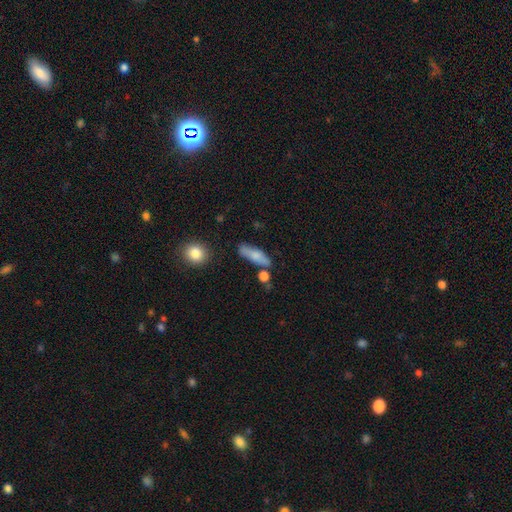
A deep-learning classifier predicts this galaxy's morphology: This is likely a smooth galaxy (73%). How rounded: possibly cigar-shaped (49%). Merging: likely none (70%).